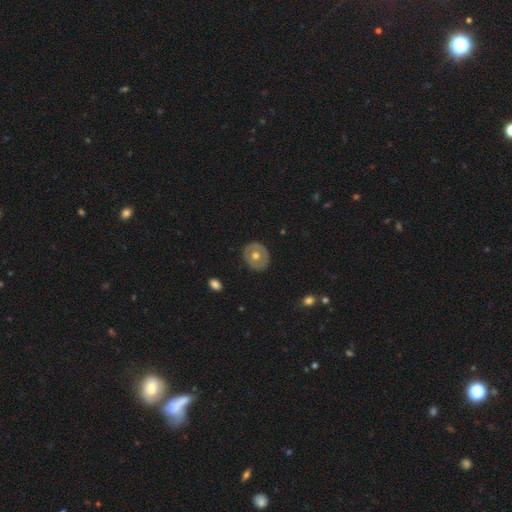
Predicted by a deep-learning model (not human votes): featured or disk 47% (tied), smooth 47% (tied), star or artifact 6%. Down the decision tree: merging — none (85%).